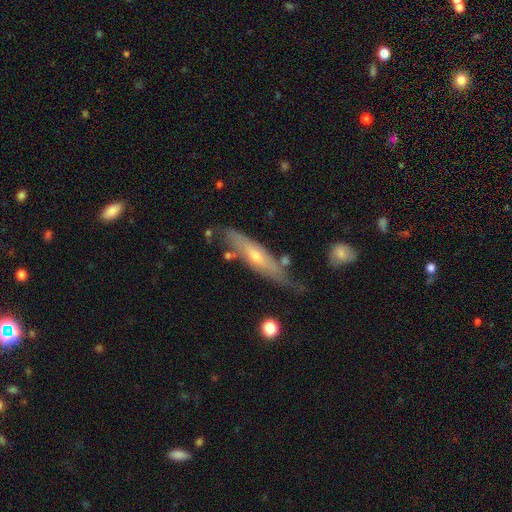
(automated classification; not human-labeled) Smooth or featured?
  - featured or disk: 62% *
  - smooth: 31%
  - star or artifact: 7%
Edge-on disk?
  - yes: 66% *
  - no: 34%
Merging?
  - none: 64% *
  - minor disturbance: 24%
  - major disturbance: 6%
  - merger: 6%